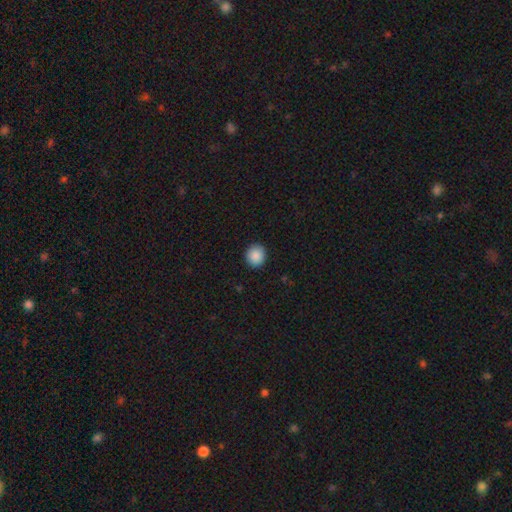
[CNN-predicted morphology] Smooth or featured? Predicted: smooth (p=0.89). How rounded? Predicted: round (p=0.85). Merging? Predicted: none (p=0.91).